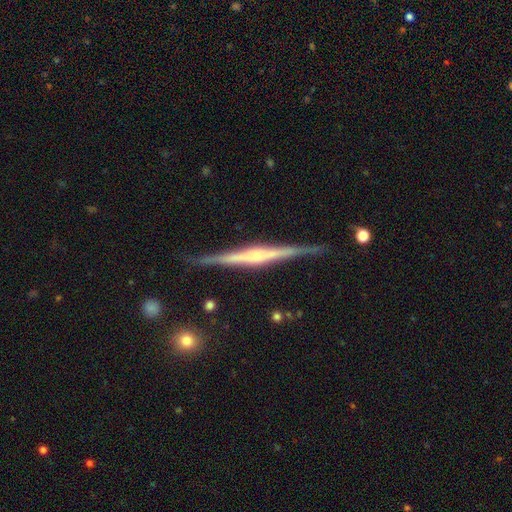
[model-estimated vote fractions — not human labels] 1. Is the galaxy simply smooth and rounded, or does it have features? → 83% featured or disk, 11% smooth, 5% star or artifact.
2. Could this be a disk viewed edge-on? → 98% yes, 2% no.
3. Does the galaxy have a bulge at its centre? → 61% rounded, 21% boxy, 18% none.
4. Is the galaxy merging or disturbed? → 88% none, 9% minor disturbance, 2% major disturbance, 1% merger.